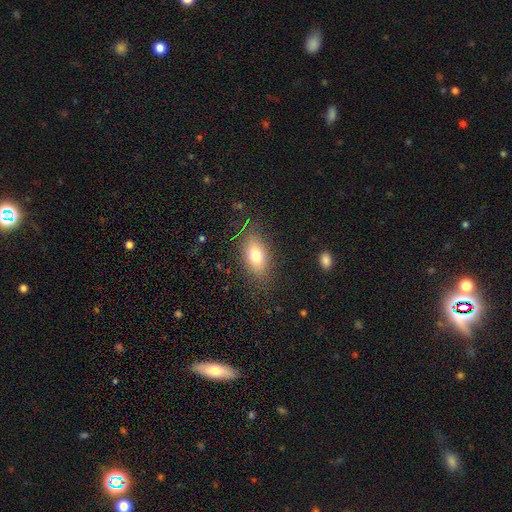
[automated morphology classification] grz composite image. It shows a smooth galaxy with no disk features (74%) that is in between round and cigar-shaped (85%). Merging: none (83%).